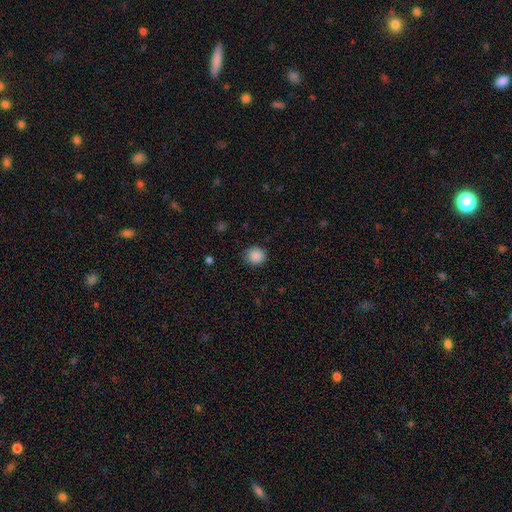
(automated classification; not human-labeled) smooth_or_featured: smooth (p=0.88) [alt: star or artifact p=0.09]
how_rounded: round (p=0.85) [alt: in between p=0.14]
merging: none (p=0.86) [alt: minor disturbance p=0.11]